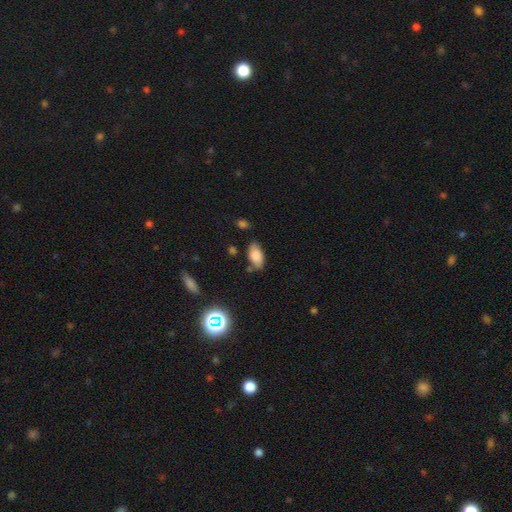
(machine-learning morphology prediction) A smooth galaxy with no disk features (80%) that is in between round and cigar-shaped (93%).

Vote fractions:
- Smooth or featured? smooth: 80% / featured or disk: 11% / star or artifact: 9%
- How rounded? in between: 93% / cigar-shaped: 4% / round: 3%
- Merging? none: 69% / minor disturbance: 22% / major disturbance: 5% / merger: 4%